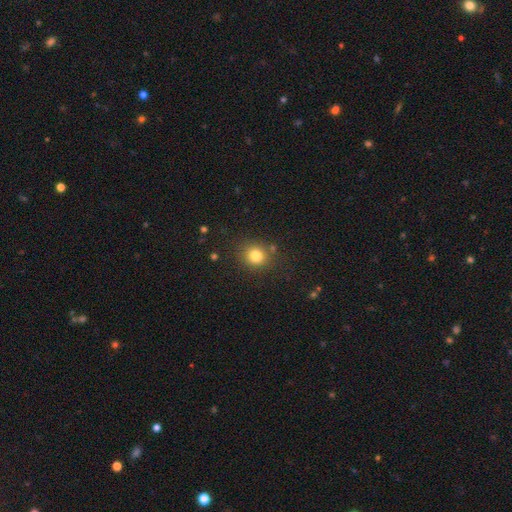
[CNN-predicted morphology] This is clearly a smooth galaxy (80%). How rounded: clearly round (84%). Merging: clearly none (82%).